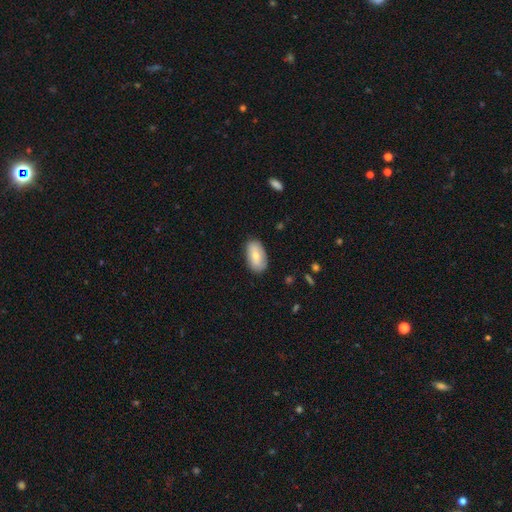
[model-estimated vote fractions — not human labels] Smooth or featured: smooth — 73% (featured or disk — 21%)
How rounded: in between — 93% (round — 4%)
Merging: none — 82% (minor disturbance — 14%)